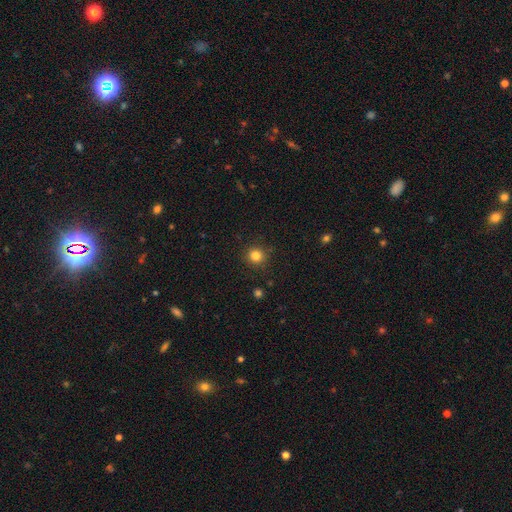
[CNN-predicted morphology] The model was most divided on "smooth or featured": smooth: 82%, star or artifact: 13%, featured or disk: 5%. More confident: how rounded — round (93%); merging — none (90%).